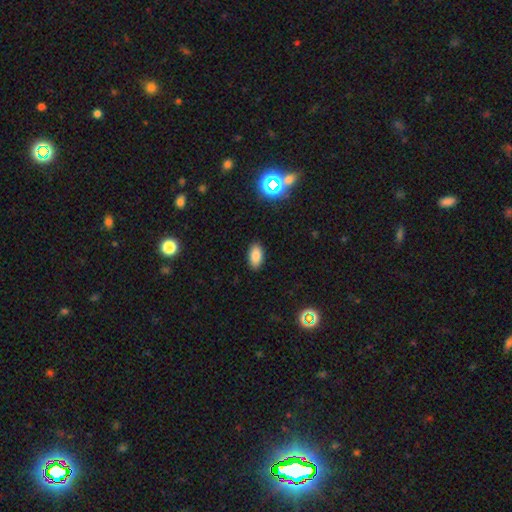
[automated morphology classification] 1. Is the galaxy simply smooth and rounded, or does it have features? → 83% smooth, 11% star or artifact, 6% featured or disk.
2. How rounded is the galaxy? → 92% in between, 4% round, 4% cigar-shaped.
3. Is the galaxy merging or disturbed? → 89% none, 8% minor disturbance, 2% major disturbance, 1% merger.